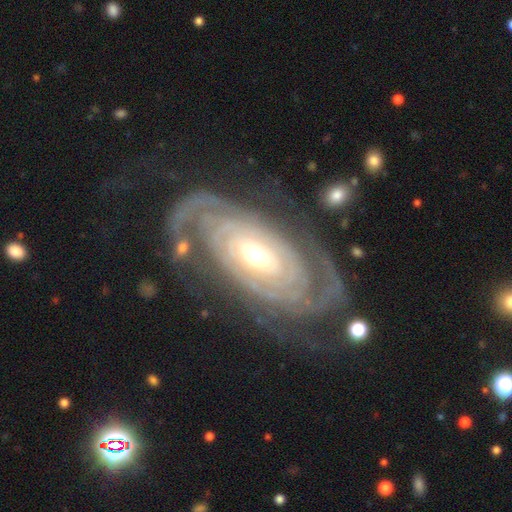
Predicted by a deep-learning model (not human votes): featured or disk 90%, smooth 6%, star or artifact 4%. Down the decision tree: edge-on disk — no (94%); bar — no (53%); spiral arms — yes (96%); spiral arm count — 2 (35%); spiral winding — tight (79%); bulge size — moderate (62%); merging — none (71%).